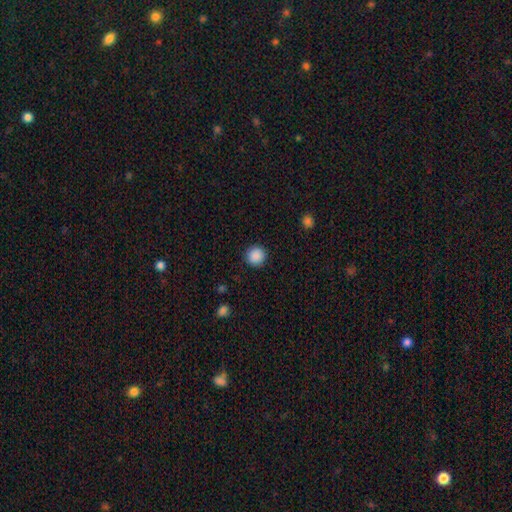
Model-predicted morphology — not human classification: Smooth or featured?
  - smooth: 89% *
  - star or artifact: 9%
  - featured or disk: 2%
How rounded?
  - round: 93% *
  - in between: 6%
  - cigar-shaped: 1%
Merging?
  - none: 91% *
  - minor disturbance: 6%
  - major disturbance: 2%
  - merger: 1%